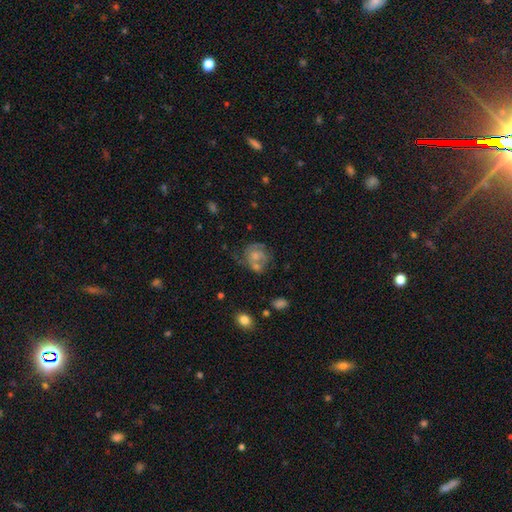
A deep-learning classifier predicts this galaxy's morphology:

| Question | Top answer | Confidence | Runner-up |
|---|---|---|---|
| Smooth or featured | featured or disk | 58% | smooth (34%) |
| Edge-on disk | no | 98% | yes (2%) |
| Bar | no | 78% | weak (19%) |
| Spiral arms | yes | 71% | no (29%) |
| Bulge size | moderate | 42% | small (39%) |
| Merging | none | 39% | merger (25%) |